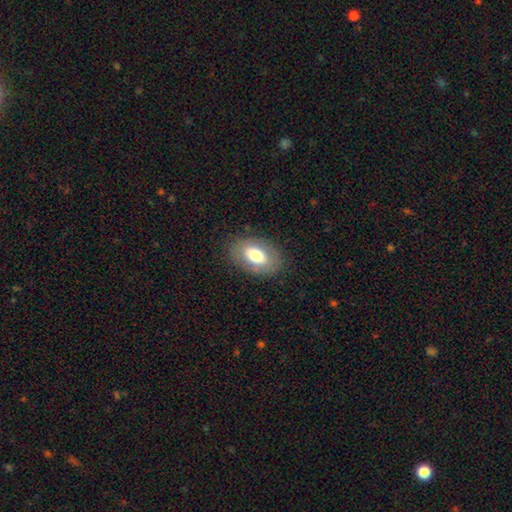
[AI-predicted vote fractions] The model was most divided on "smooth or featured": smooth: 69%, featured or disk: 24%, star or artifact: 8%. More confident: how rounded — in between (91%); merging — none (84%).